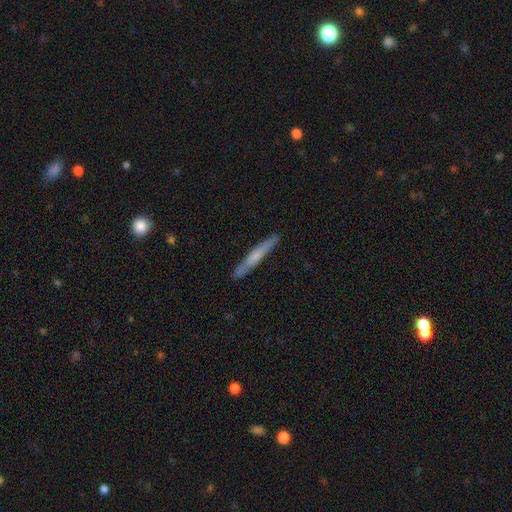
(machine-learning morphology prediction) Overall: smooth (51%; featured or disk 43%). How rounded: cigar-shaped (96%). Merging: none (88%).